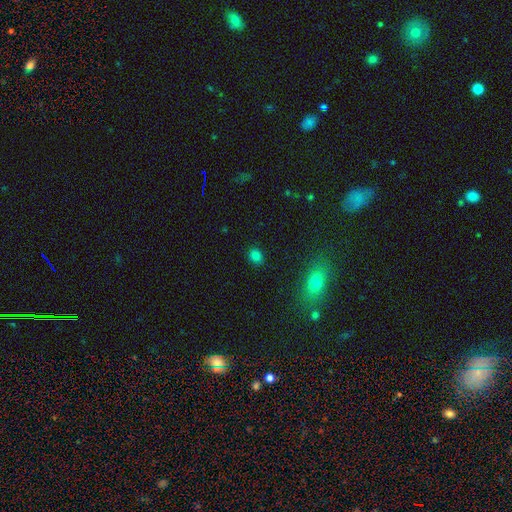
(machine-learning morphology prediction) Smooth or featured? Predicted: smooth (p=0.80). How rounded? Predicted: round (p=0.58). Merging? Predicted: none (p=0.87).